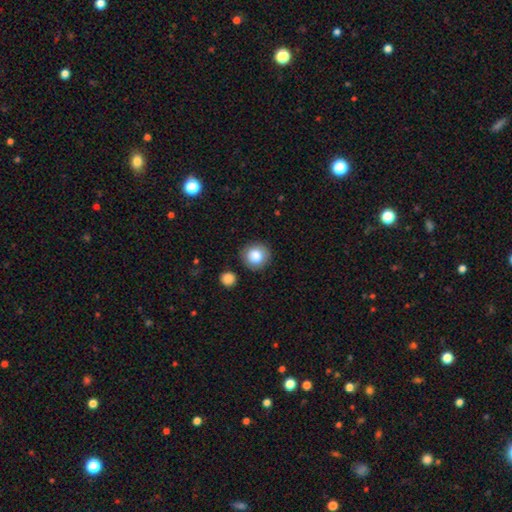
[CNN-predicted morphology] The model was most divided on "smooth or featured": smooth: 84%, star or artifact: 8%, featured or disk: 8%. More confident: how rounded — round (91%); merging — none (86%).